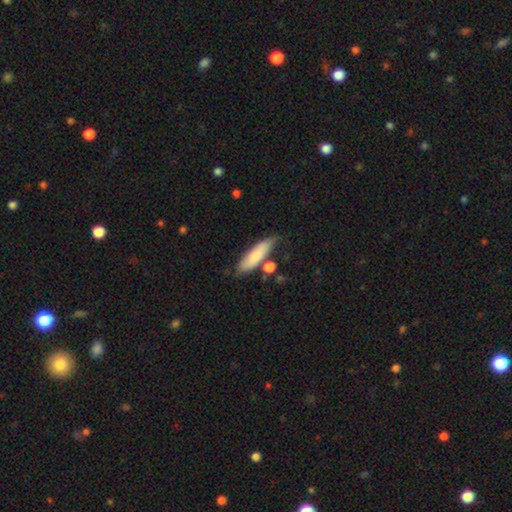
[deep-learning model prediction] Smooth or featured: smooth — 75% (featured or disk — 19%)
How rounded: cigar-shaped — 53% (in between — 45%)
Merging: none — 66% (minor disturbance — 19%)